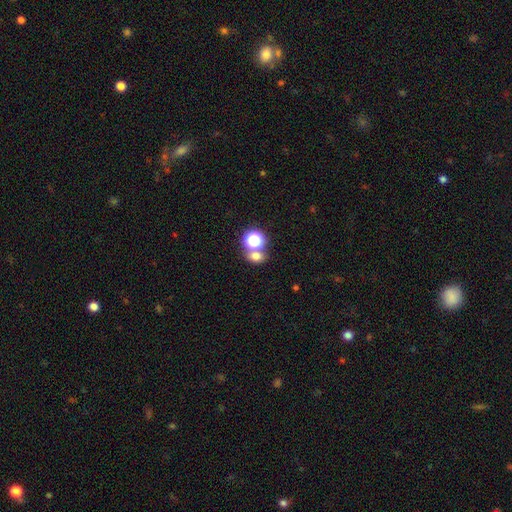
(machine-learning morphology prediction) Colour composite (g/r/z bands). It shows a smooth galaxy with no disk features (68%) that is round (58%). Merging: none (54%).